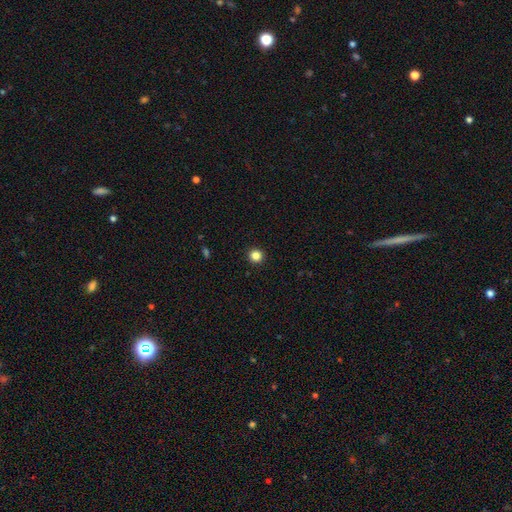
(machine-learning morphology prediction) Q: Smooth or featured?
A: smooth (85%); runner-up: star or artifact (12%)
Q: How rounded?
A: round (94%); runner-up: in between (5%)
Q: Merging?
A: none (93%); runner-up: minor disturbance (4%)